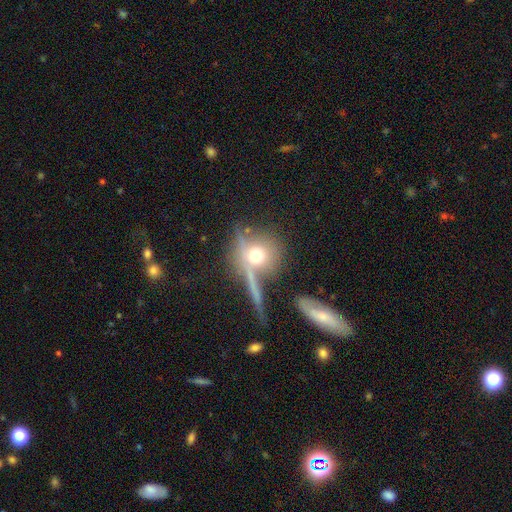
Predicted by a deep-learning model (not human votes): This appears to be a smooth galaxy with no disk features (55%) that is round (88%). Merging: none (64%).